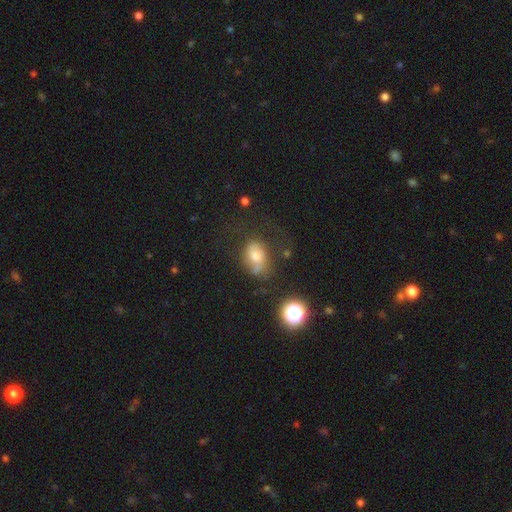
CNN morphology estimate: Smooth or featured? smooth (56%)
How rounded? in between (74%)
Merging? none (43%)